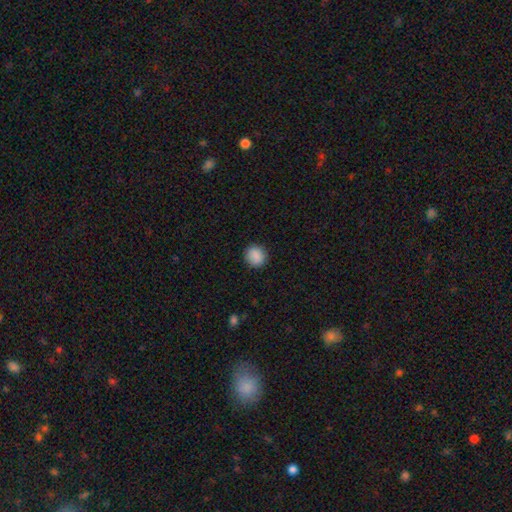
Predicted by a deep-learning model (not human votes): smooth-or-featured: smooth: 89% | star or artifact: 8% | featured or disk: 3%
  how-rounded: round: 85% | in between: 14% | cigar-shaped: 1%
  merging: none: 89% | minor disturbance: 7% | major disturbance: 2% | merger: 1%